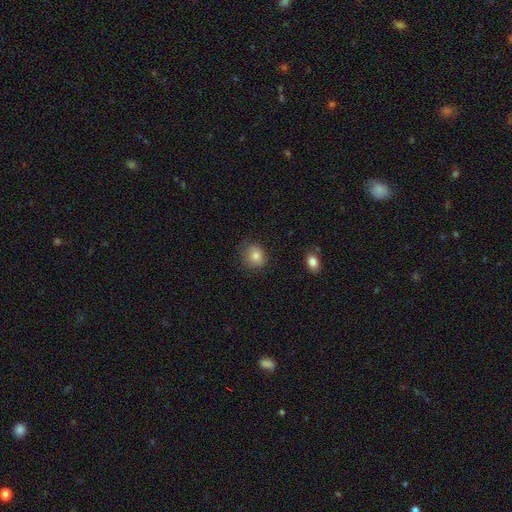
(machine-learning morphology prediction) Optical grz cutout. It shows a smooth galaxy with no disk features (81%) that is round (75%). Merging: none (73%).